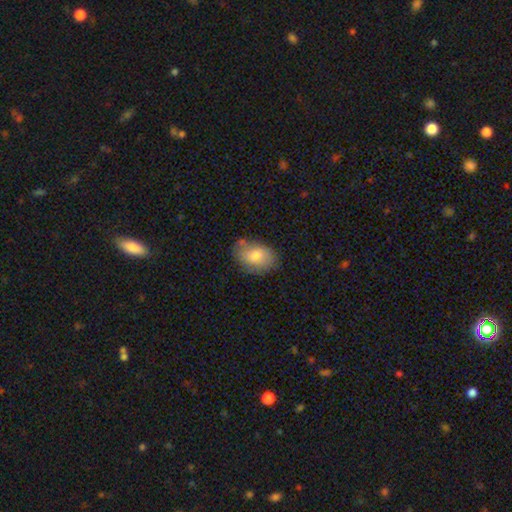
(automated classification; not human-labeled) This is likely a smooth galaxy (77%). How rounded: clearly in between (84%). Merging: likely none (71%).